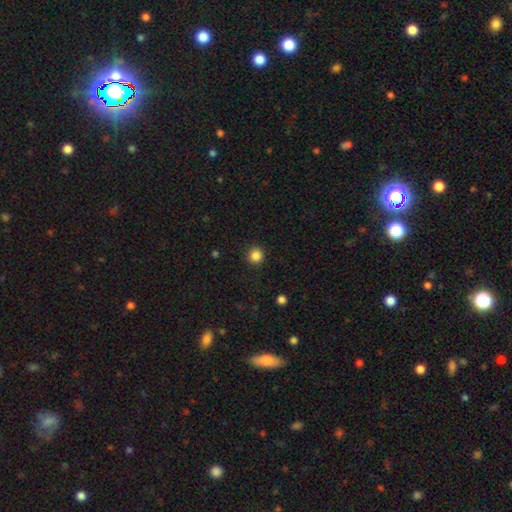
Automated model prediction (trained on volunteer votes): Smooth or featured? smooth (86%)
How rounded? round (95%)
Merging? none (91%)